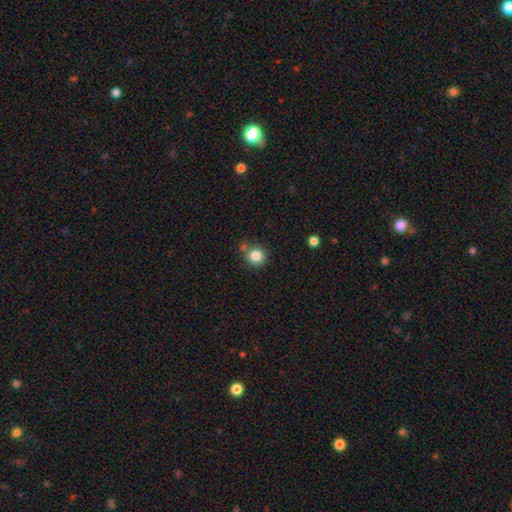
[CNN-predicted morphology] Overall: smooth (84%). How rounded: round (91%). Merging: none (73%).